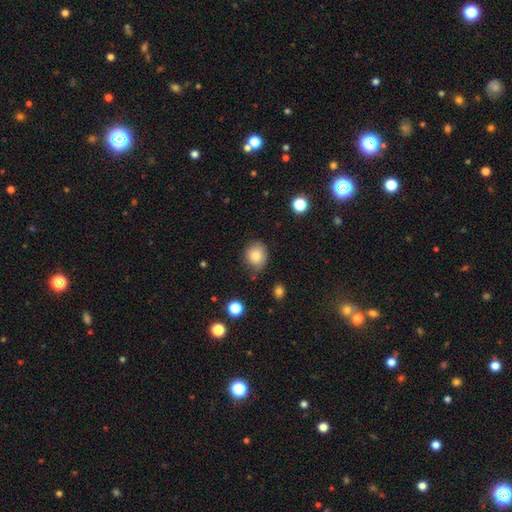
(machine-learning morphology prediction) Smooth or featured?
  - smooth: 81% *
  - star or artifact: 10%
  - featured or disk: 8%
How rounded?
  - round: 71% *
  - in between: 28%
  - cigar-shaped: 1%
Merging?
  - none: 70% *
  - minor disturbance: 22%
  - major disturbance: 5%
  - merger: 3%